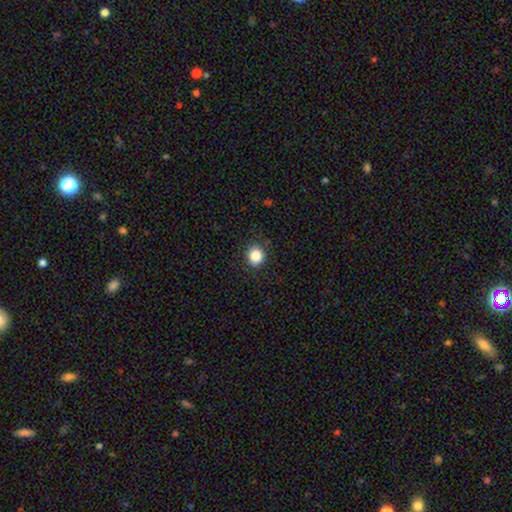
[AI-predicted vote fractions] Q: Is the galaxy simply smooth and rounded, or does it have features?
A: smooth — 85%.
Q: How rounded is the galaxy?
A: round — 83%.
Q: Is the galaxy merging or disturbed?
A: none — 89%.